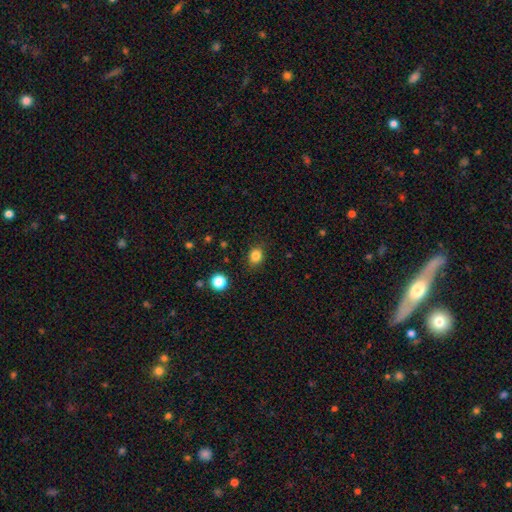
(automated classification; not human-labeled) Smooth or featured? smooth (84%)
How rounded? round (53%)
Merging? none (86%)